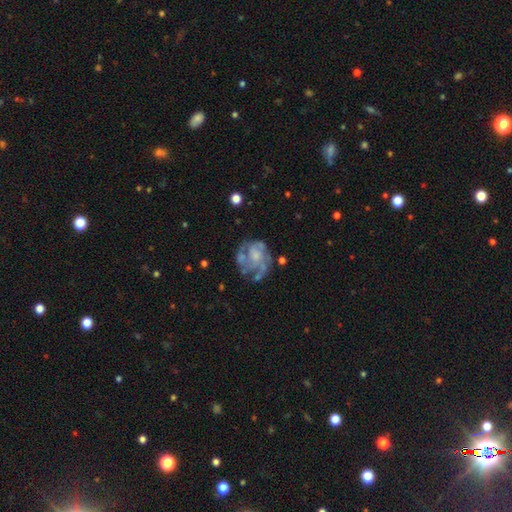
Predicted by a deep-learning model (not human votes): This is likely a featured or disk galaxy (76%). It is clearly not viewed edge-on (98%). Bar: likely no (76%). Spiral arm pattern: likely yes (80%). Spiral arm count: marginally can't tell (34%). Spiral winding: marginally tight (43%). Central bulge: marginally moderate (33%). Merging: possibly none (56%).